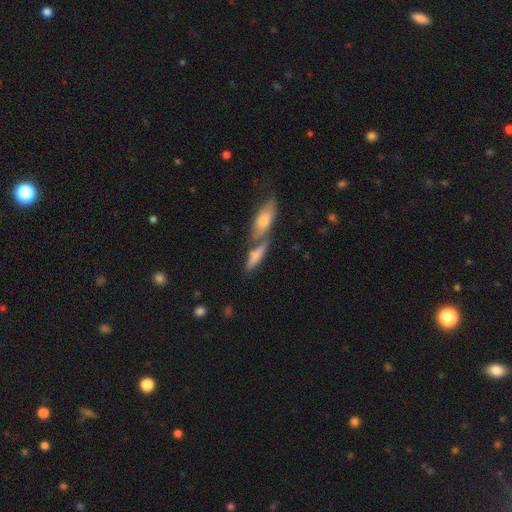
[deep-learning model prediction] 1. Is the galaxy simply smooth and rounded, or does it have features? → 70% smooth, 23% featured or disk, 8% star or artifact.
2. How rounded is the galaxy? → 51% cigar-shaped, 46% in between, 3% round.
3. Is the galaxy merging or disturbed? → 46% merger, 38% none, 11% minor disturbance, 5% major disturbance.